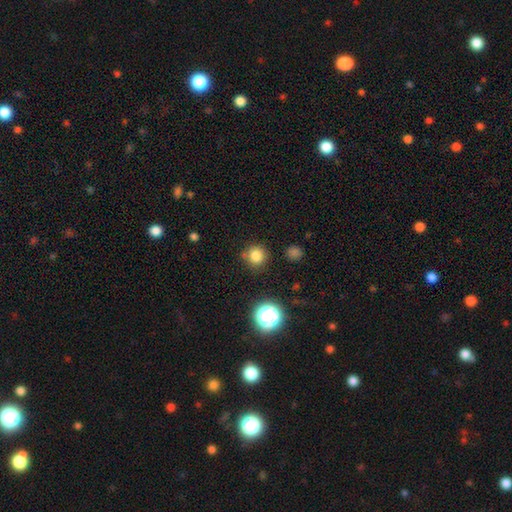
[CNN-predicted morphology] The model was most divided on "smooth or featured": smooth: 80%, star or artifact: 14%, featured or disk: 5%. More confident: how rounded — round (93%); merging — none (83%).